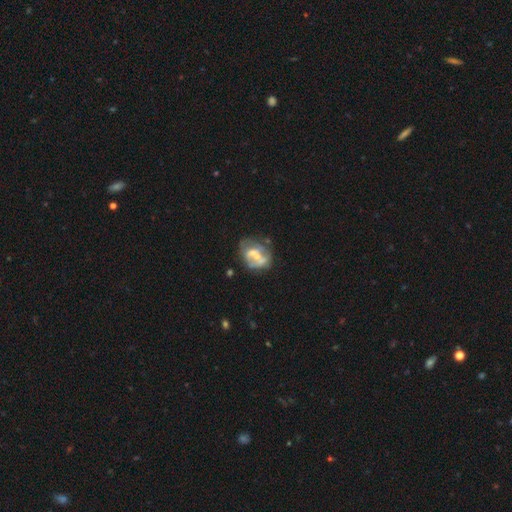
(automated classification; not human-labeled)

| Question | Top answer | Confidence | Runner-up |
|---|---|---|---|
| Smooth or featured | featured or disk | 62% | smooth (29%) |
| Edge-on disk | no | 98% | yes (2%) |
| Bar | no | 77% | weak (17%) |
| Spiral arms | no | 80% | yes (20%) |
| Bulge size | moderate | 39% | small (36%) |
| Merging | none | 34% | merger (28%) |